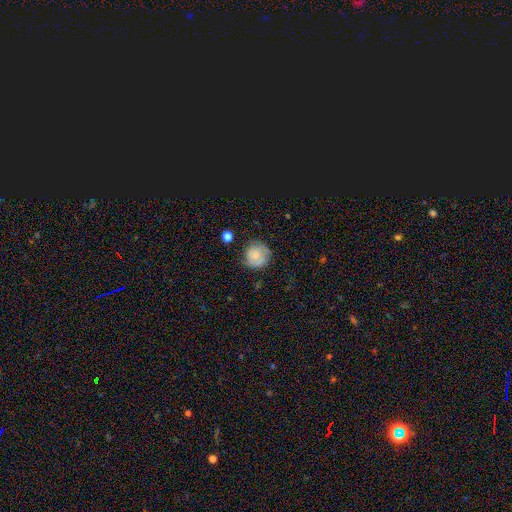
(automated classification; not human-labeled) The model was most divided on "smooth or featured": smooth: 63%, featured or disk: 28%, star or artifact: 9%. More confident: how rounded — round (91%); merging — none (69%).